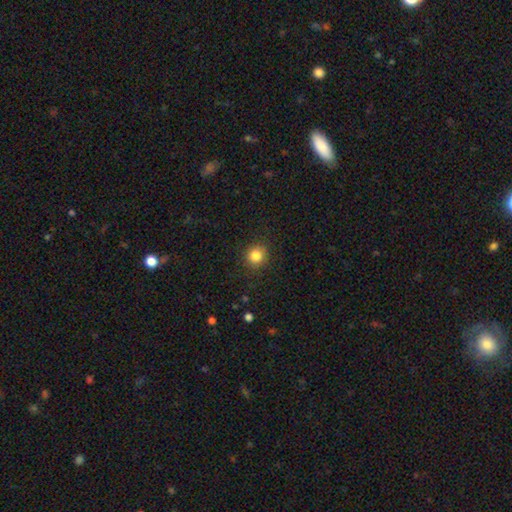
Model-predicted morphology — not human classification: Smooth or featured: smooth — 84% (star or artifact — 11%)
How rounded: round — 89% (in between — 10%)
Merging: none — 89% (minor disturbance — 7%)